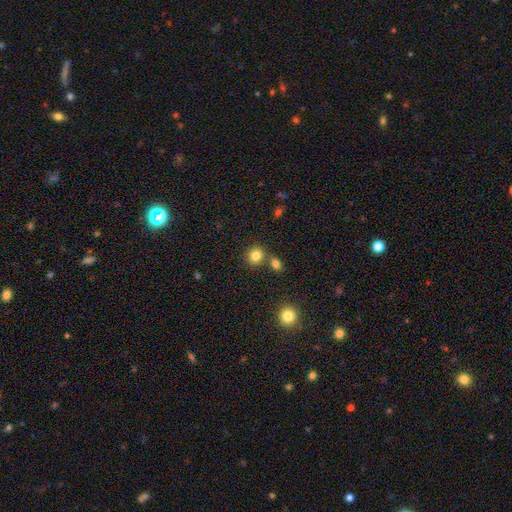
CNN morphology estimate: This is clearly a smooth galaxy (83%). How rounded: likely round (79%). Merging: likely none (70%).